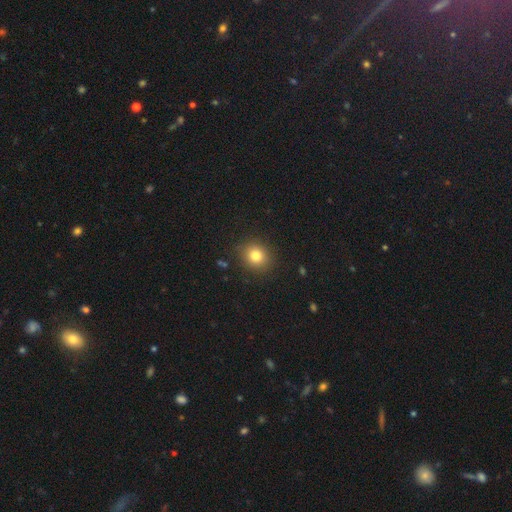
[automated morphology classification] The model was most divided on "how rounded": round: 78%, in between: 21%, cigar-shaped: 1%. More confident: merging — none (88%); smooth or featured — smooth (80%).